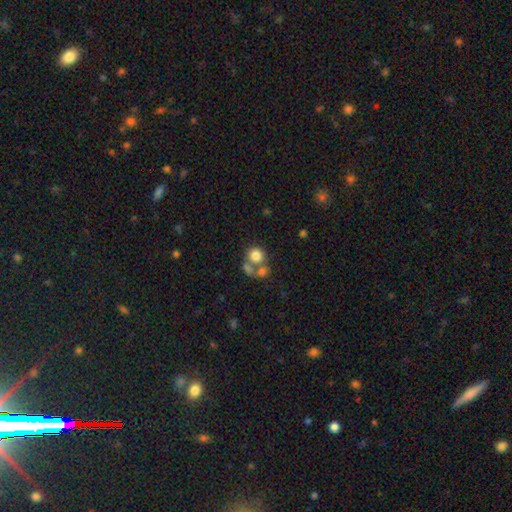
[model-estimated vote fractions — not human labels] Smooth or featured? Predicted: smooth (p=0.76). How rounded? Predicted: round (p=0.85). Merging? Predicted: none (p=0.45).